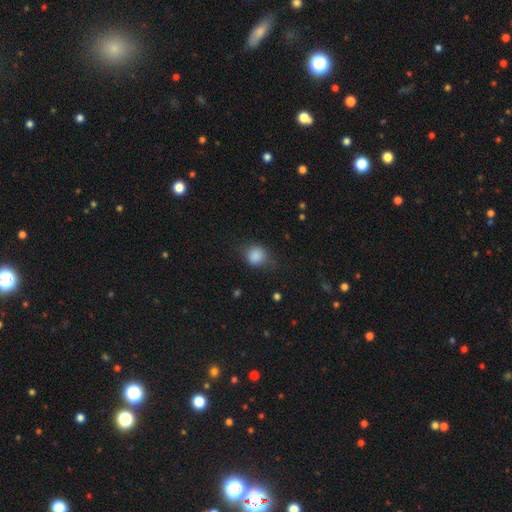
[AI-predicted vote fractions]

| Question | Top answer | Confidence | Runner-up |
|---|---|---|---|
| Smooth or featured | smooth | 85% | star or artifact (9%) |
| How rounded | round | 71% | in between (28%) |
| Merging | none | 66% | minor disturbance (24%) |